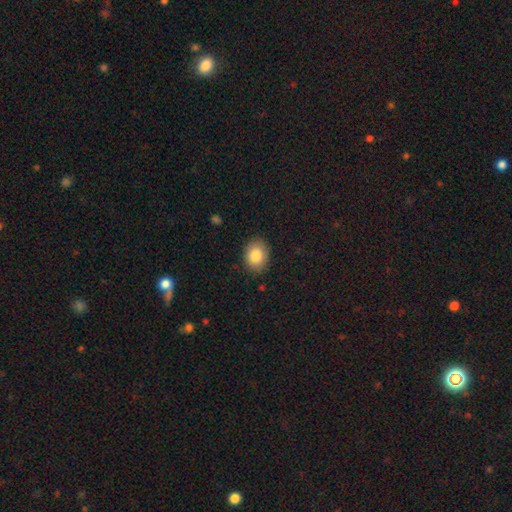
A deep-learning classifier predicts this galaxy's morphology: type=smooth (84%); roundness=in between (55%); merging=none (86%).